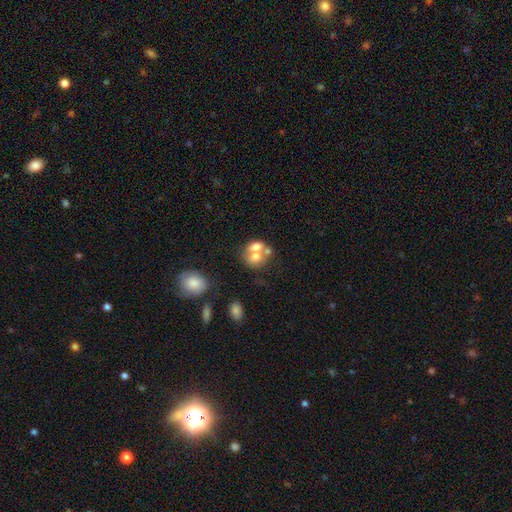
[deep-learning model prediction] Q: Smooth or featured?
A: smooth (61%); runner-up: featured or disk (29%)
Q: How rounded?
A: round (63%); runner-up: in between (36%)
Q: Merging?
A: merger (62%); runner-up: none (26%)